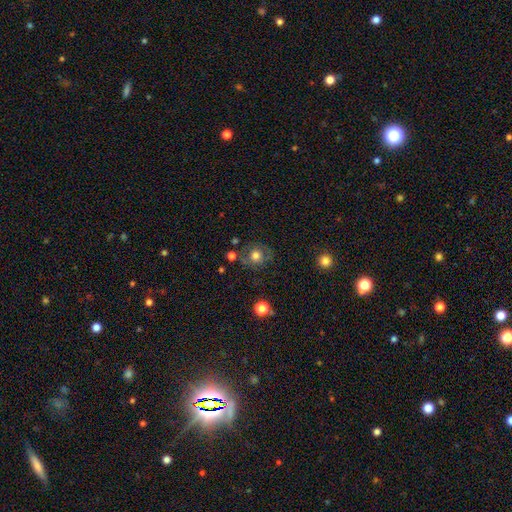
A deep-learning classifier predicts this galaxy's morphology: The model was most divided on "smooth or featured": smooth: 67%, featured or disk: 21%, star or artifact: 12%. More confident: how rounded — round (87%); merging — none (71%).